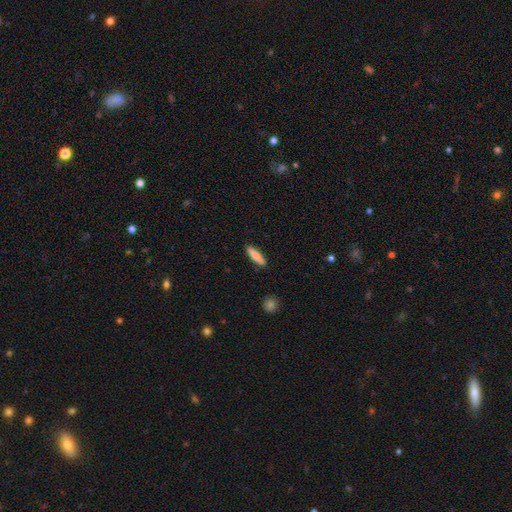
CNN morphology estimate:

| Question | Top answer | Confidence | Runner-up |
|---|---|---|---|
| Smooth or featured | smooth | 78% | featured or disk (17%) |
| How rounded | cigar-shaped | 75% | in between (23%) |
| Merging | none | 89% | minor disturbance (8%) |